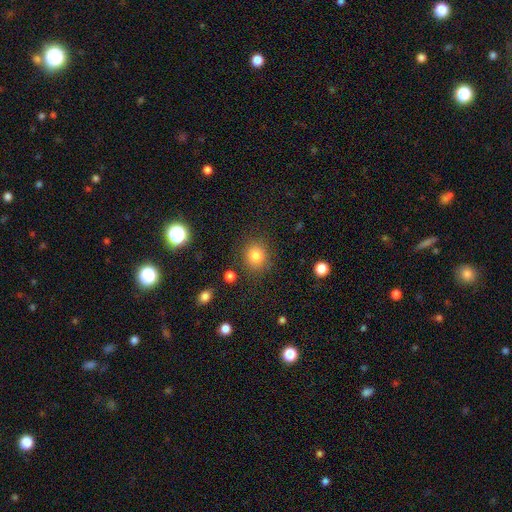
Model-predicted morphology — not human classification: Smooth or featured? Predicted: smooth (p=0.82). How rounded? Predicted: round (p=0.83). Merging? Predicted: none (p=0.85).